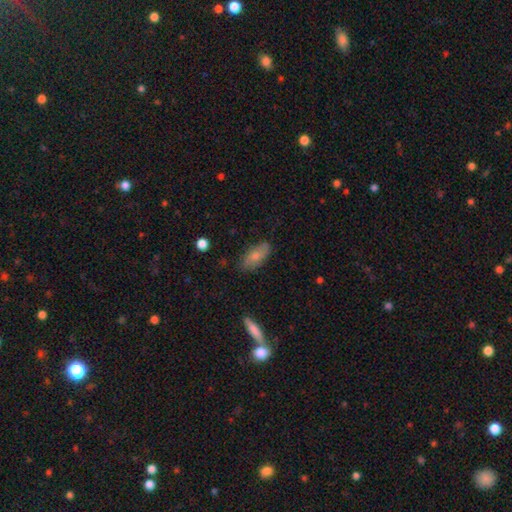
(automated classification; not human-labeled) smooth 75%, featured or disk 18%, star or artifact 7%. Down the decision tree: how rounded — in between (84%); merging — none (79%).